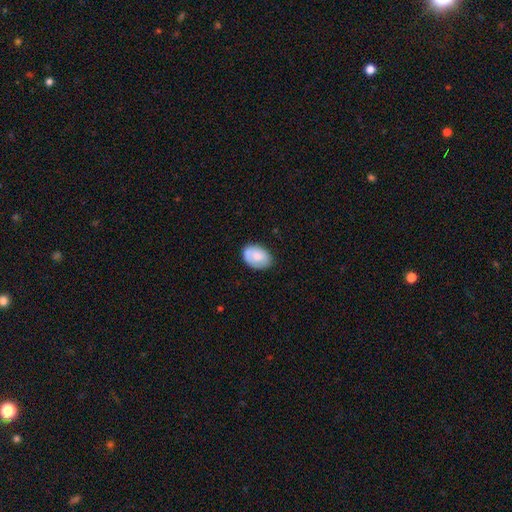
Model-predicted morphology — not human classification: This is likely a smooth galaxy (74%). How rounded: clearly in between (83%). Merging: likely none (71%).